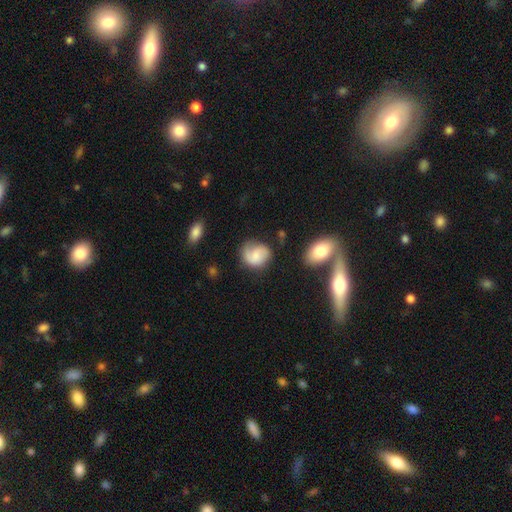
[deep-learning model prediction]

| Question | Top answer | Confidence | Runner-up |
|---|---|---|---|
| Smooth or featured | smooth | 51% | featured or disk (41%) |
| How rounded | round | 70% | in between (29%) |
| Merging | none | 62% | minor disturbance (24%) |